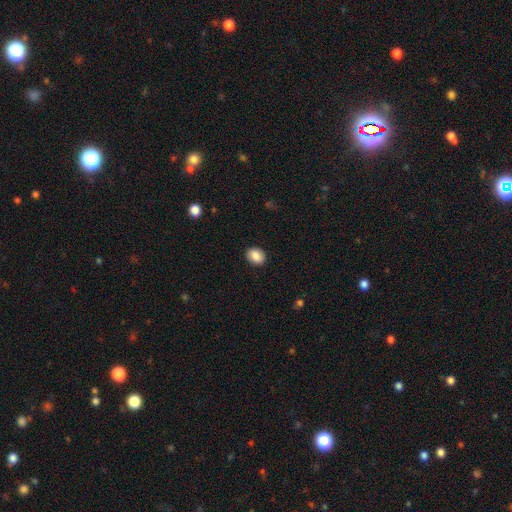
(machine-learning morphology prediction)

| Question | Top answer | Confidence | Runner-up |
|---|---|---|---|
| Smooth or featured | smooth | 88% | star or artifact (8%) |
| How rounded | in between | 55% | round (44%) |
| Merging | none | 90% | minor disturbance (7%) |